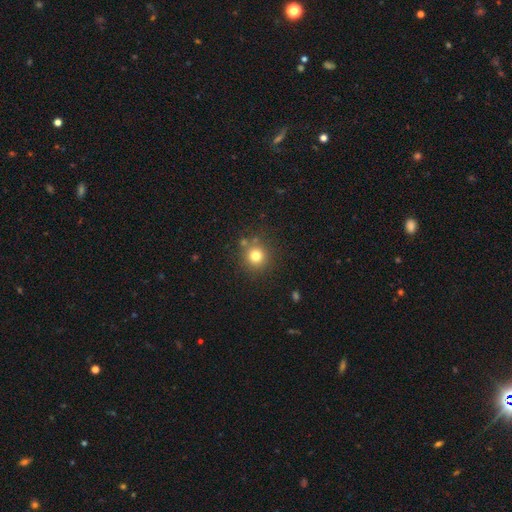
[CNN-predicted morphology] smooth 78%, star or artifact 14%, featured or disk 8%. Down the decision tree: how rounded — round (93%); merging — none (81%).